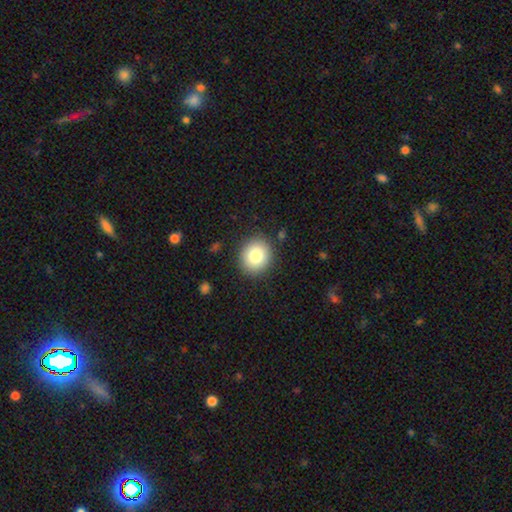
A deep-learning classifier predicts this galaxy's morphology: The model was most divided on "how rounded": round: 80%, in between: 19%, cigar-shaped: 1%. More confident: merging — none (88%); smooth or featured — smooth (83%).